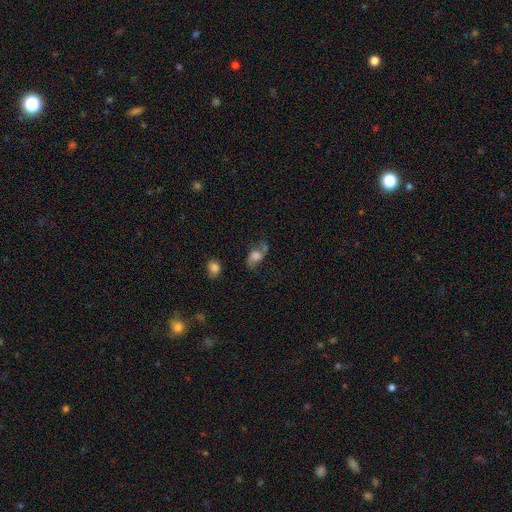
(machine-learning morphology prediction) Q: Smooth or featured?
A: smooth (51%); runner-up: featured or disk (36%)
Q: How rounded?
A: in between (75%); runner-up: round (21%)
Q: Merging?
A: none (44%); runner-up: minor disturbance (25%)